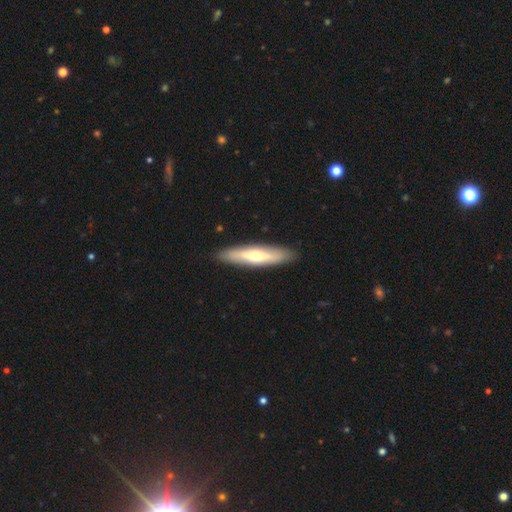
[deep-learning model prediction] featured or disk 50%, smooth 45%, star or artifact 5%. Down the decision tree: edge-on disk — yes (71%); merging — none (90%).